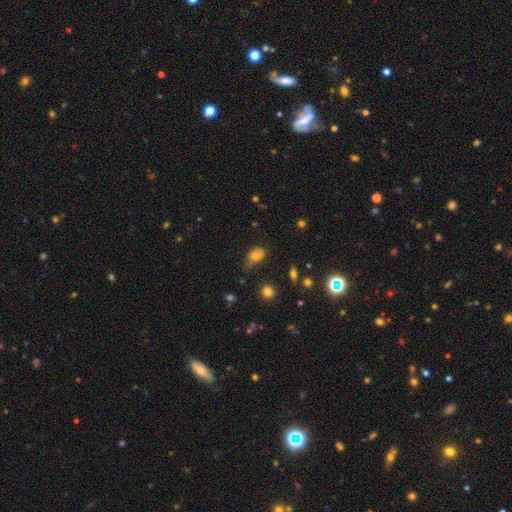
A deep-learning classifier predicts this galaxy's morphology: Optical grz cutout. It shows a smooth galaxy with no disk features (71%) that is in between round and cigar-shaped (72%). Merging: minor disturbance (39%).